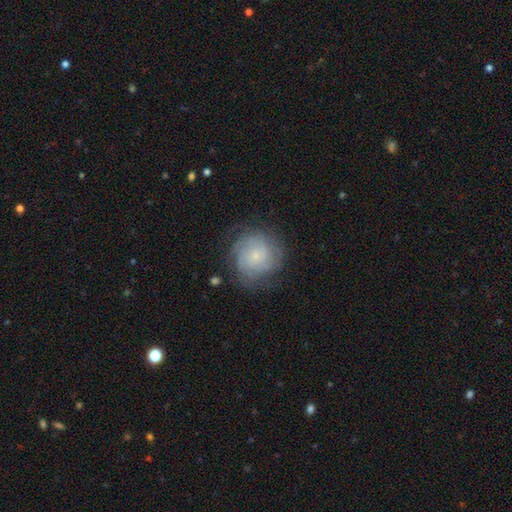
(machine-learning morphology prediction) Q: Smooth or featured?
A: featured or disk (65%); runner-up: smooth (26%)
Q: Edge-on disk?
A: no (98%); runner-up: yes (2%)
Q: Bar?
A: no (77%); runner-up: weak (20%)
Q: Spiral arms?
A: yes (91%); runner-up: no (9%)
Q: Spiral winding?
A: tight (70%); runner-up: medium (24%)
Q: Spiral arm count?
A: can't tell (44%); runner-up: 3 (16%)
Q: Bulge size?
A: small (79%); runner-up: moderate (11%)
Q: Merging?
A: none (74%); runner-up: minor disturbance (17%)